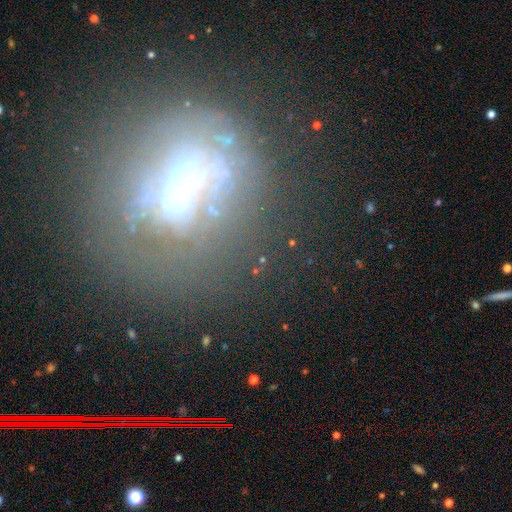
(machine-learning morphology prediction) Smooth or featured? Predicted: featured or disk (p=0.53). Edge-on disk? Predicted: no (p=0.83). Merging? Predicted: none (p=0.60).